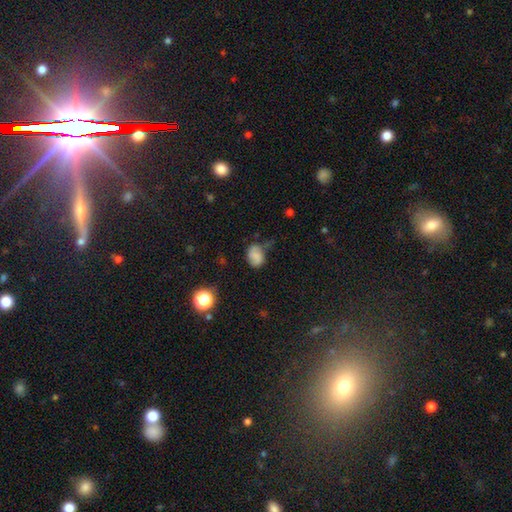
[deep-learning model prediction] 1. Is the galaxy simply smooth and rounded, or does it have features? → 75% smooth, 12% star or artifact, 12% featured or disk.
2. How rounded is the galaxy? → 69% in between, 30% round, 1% cigar-shaped.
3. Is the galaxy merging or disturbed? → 50% none, 33% minor disturbance, 12% major disturbance, 6% merger.